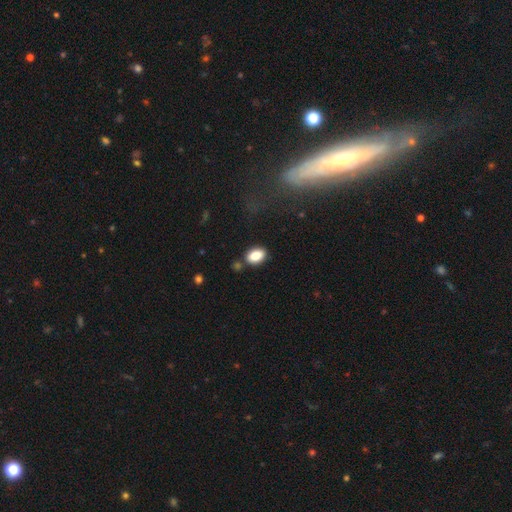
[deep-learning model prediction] smooth 83%, star or artifact 8%, featured or disk 8%. Down the decision tree: how rounded — in between (87%); merging — none (80%).